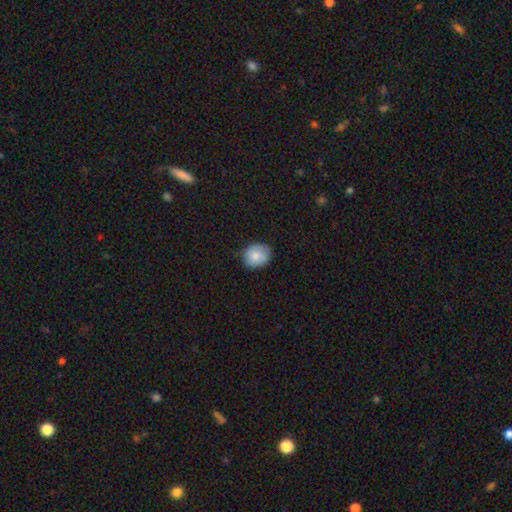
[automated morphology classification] Smooth or featured?
  - smooth: 81% *
  - featured or disk: 12%
  - star or artifact: 7%
How rounded?
  - round: 58% *
  - in between: 41%
  - cigar-shaped: 1%
Merging?
  - none: 76% *
  - minor disturbance: 20%
  - major disturbance: 3%
  - merger: 1%